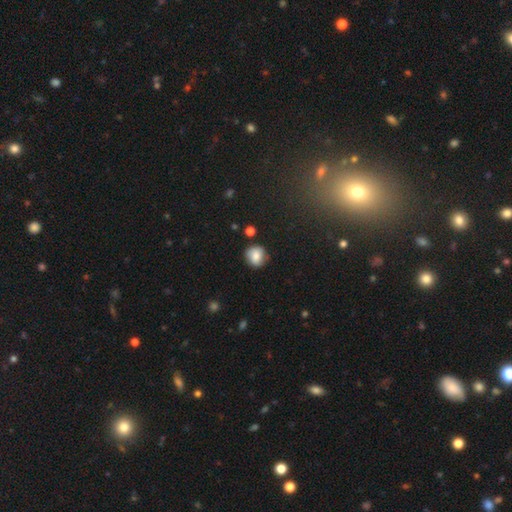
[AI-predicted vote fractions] Overall: smooth (77%). How rounded: round (85%). Merging: none (81%).